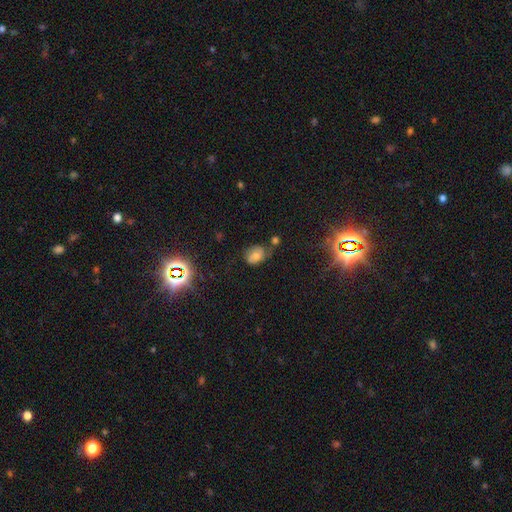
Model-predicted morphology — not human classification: smooth_or_featured: smooth (p=0.58) [alt: featured or disk p=0.24]
how_rounded: in between (p=0.66) [alt: round p=0.32]
merging: none (p=0.47) [alt: minor disturbance p=0.29]